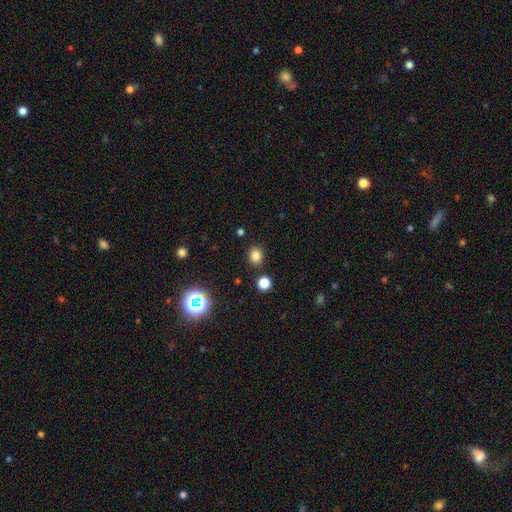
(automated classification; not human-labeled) This appears to be a smooth galaxy with no disk features (80%) that is round (64%). Merging: none (86%).